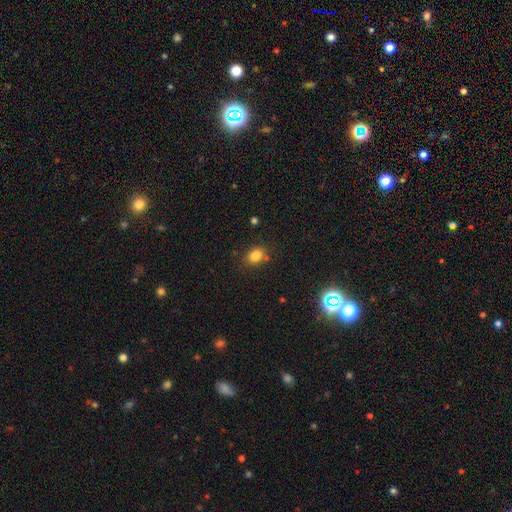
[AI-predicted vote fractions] Smooth or featured?
  - smooth: 81% *
  - star or artifact: 12%
  - featured or disk: 7%
How rounded?
  - in between: 66% *
  - round: 32%
  - cigar-shaped: 1%
Merging?
  - none: 74% *
  - minor disturbance: 15%
  - merger: 8%
  - major disturbance: 4%